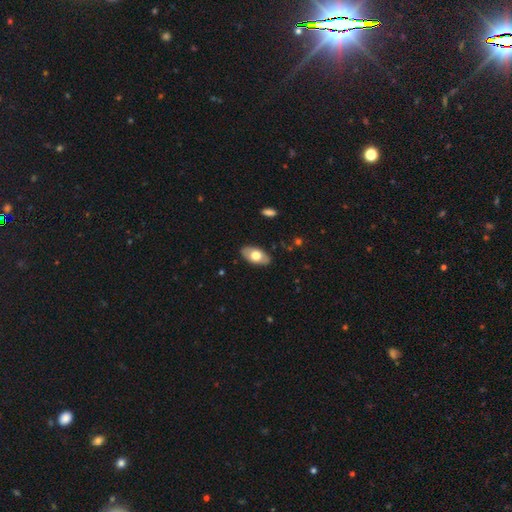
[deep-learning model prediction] smooth_or_featured: smooth (p=0.62) [alt: featured or disk p=0.33]
how_rounded: in between (p=0.93) [alt: round p=0.04]
merging: none (p=0.86) [alt: minor disturbance p=0.11]